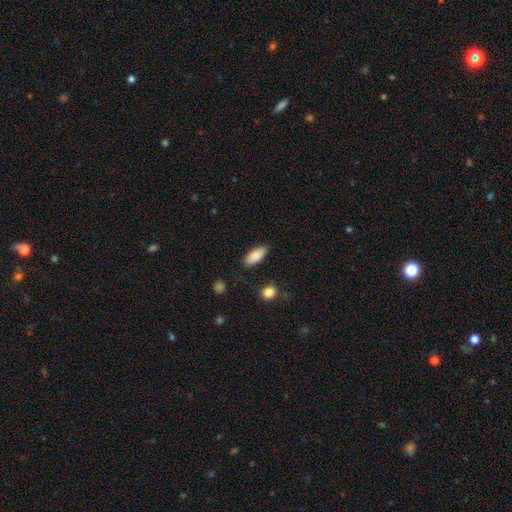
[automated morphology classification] This appears to be a smooth galaxy with no disk features (87%) that is in between round and cigar-shaped (85%). Merging: none (84%).